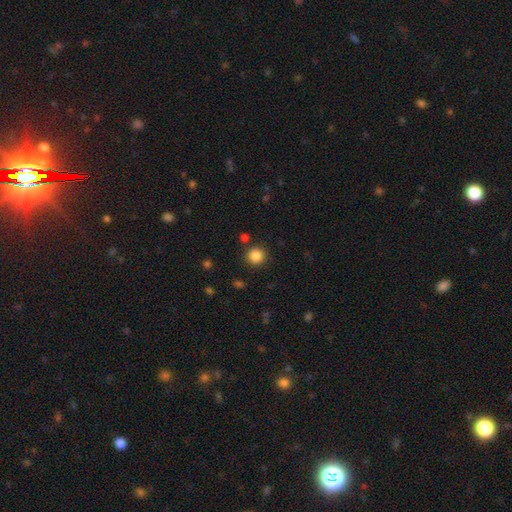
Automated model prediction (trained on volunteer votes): The model was most divided on "smooth or featured": smooth: 85%, star or artifact: 11%, featured or disk: 4%. More confident: how rounded — round (94%); merging — none (88%).